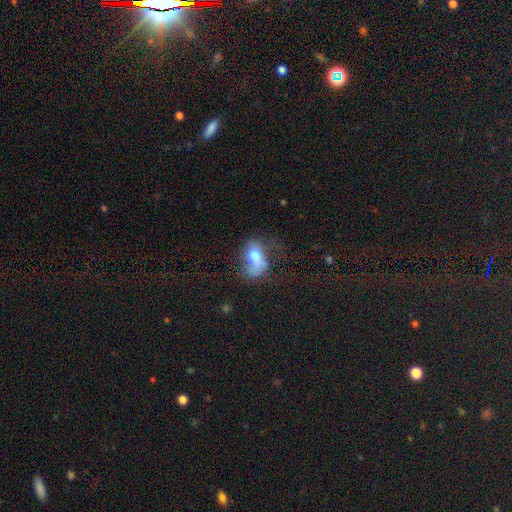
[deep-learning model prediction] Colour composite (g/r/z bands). It shows a smooth galaxy with no disk features (59%) that is in between round and cigar-shaped (82%). Merging: major disturbance (44%).